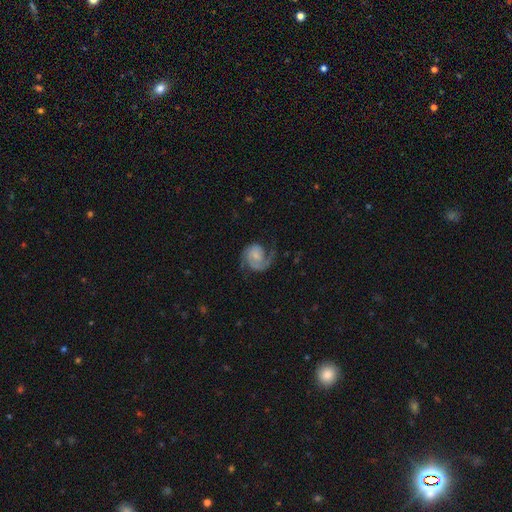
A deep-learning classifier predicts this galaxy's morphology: This is clearly a featured or disk galaxy (81%). It is clearly not viewed edge-on (98%). Bar: likely no (69%). Spiral arm pattern: clearly yes (96%). Spiral arm count: possibly 2 (56%). Spiral winding: marginally medium (43%). Central bulge: possibly small (47%). Merging: likely none (60%).